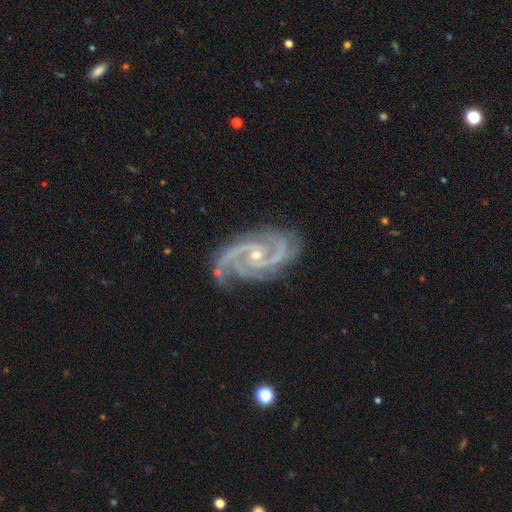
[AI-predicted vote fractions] This appears to be a featured or disk galaxy (91%) with no bar (55%), 2 (54%) medium (54%) spiral arms (99%) and a small central bulge (72%). Merging: none (75%).